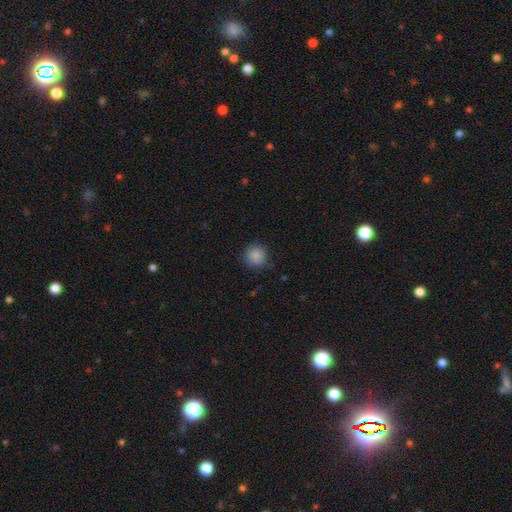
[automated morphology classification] smooth-or-featured: smooth: 87% | star or artifact: 9% | featured or disk: 4%
  how-rounded: round: 91% | in between: 8% | cigar-shaped: 1%
  merging: none: 80% | minor disturbance: 15% | major disturbance: 3% | merger: 1%